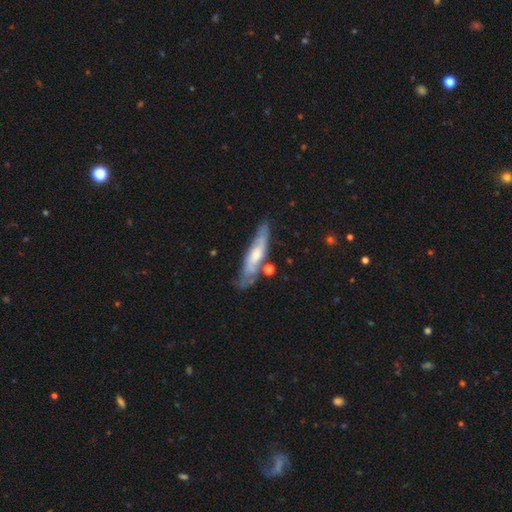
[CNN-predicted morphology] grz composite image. It shows a featured or disk galaxy (62%). Merging: none (66%).